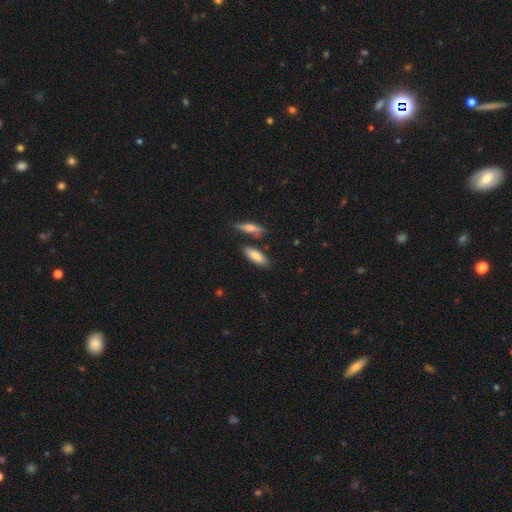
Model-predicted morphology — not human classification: smooth_or_featured: smooth (p=0.81) [alt: featured or disk p=0.13]
how_rounded: in between (p=0.69) [alt: cigar-shaped p=0.29]
merging: none (p=0.73) [alt: minor disturbance p=0.14]